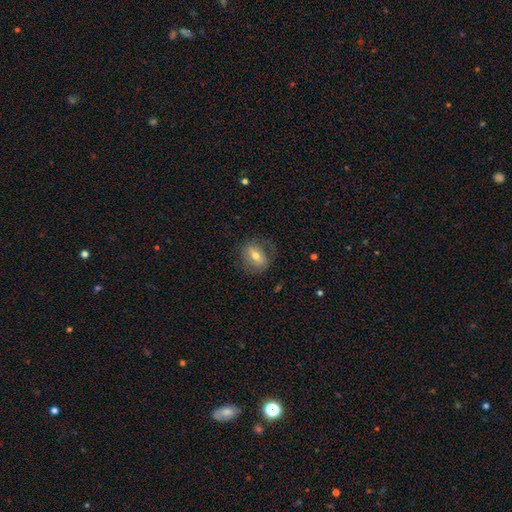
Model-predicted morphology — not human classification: Q: Smooth or featured?
A: smooth (55%); runner-up: featured or disk (36%)
Q: How rounded?
A: in between (57%); runner-up: round (41%)
Q: Merging?
A: none (71%); runner-up: minor disturbance (18%)